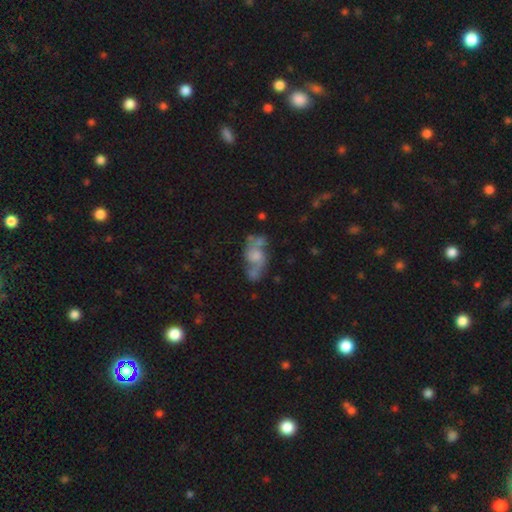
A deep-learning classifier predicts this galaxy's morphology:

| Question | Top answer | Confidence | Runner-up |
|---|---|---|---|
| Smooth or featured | featured or disk | 61% | smooth (28%) |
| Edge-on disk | no | 94% | yes (6%) |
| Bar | no | 69% | weak (25%) |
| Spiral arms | yes | 69% | no (31%) |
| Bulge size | moderate | 35% | small (31%) |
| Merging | none | 43% | minor disturbance (21%) |